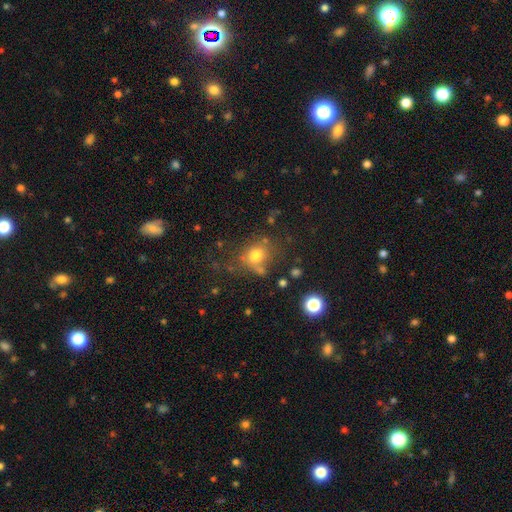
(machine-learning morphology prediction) Smooth or featured? smooth (73%)
How rounded? round (69%)
Merging? none (60%)